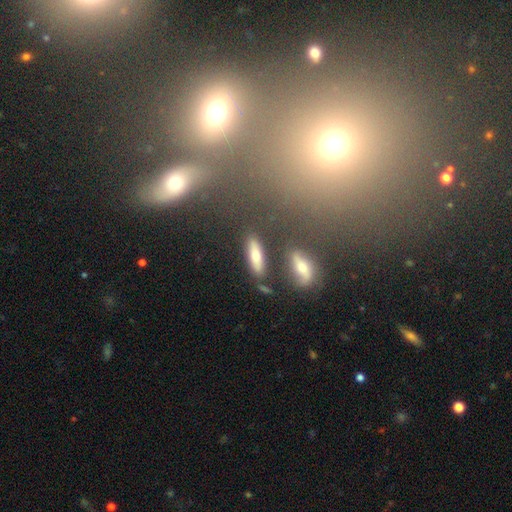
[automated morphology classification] smooth_or_featured: smooth (p=0.66) [alt: featured or disk p=0.24]
how_rounded: in between (p=0.48) [tied with: cigar-shaped p=0.48]
merging: none (p=0.81) [alt: minor disturbance p=0.10]